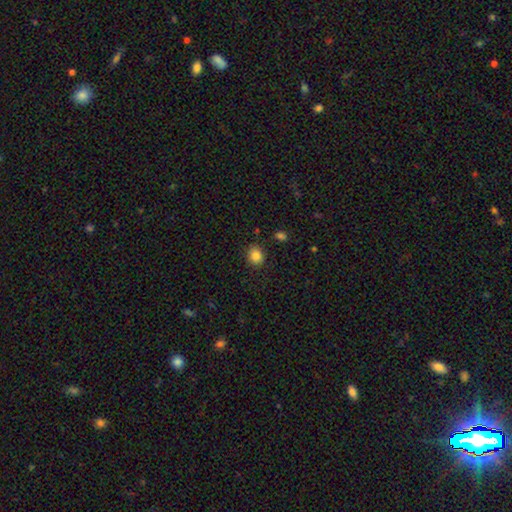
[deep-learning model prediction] This appears to be a smooth galaxy with no disk features (85%) that is round (71%). Merging: none (86%).